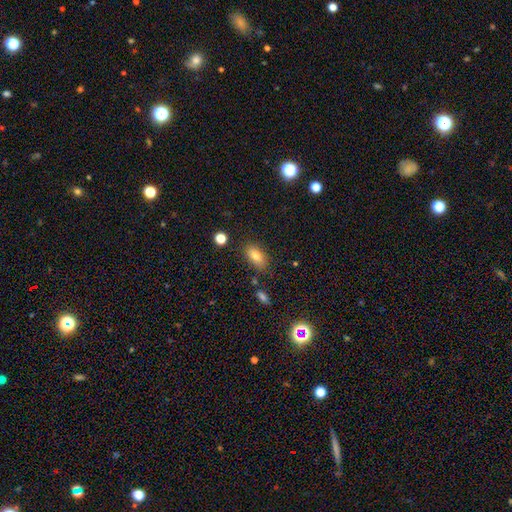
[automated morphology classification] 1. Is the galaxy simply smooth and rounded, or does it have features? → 78% smooth, 11% featured or disk, 10% star or artifact.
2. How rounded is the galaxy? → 86% in between, 7% cigar-shaped, 7% round.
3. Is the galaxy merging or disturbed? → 79% none, 13% minor disturbance, 4% merger, 3% major disturbance.